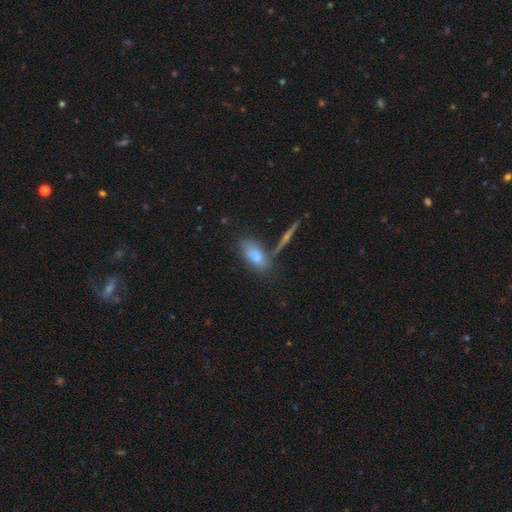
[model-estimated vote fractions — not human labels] smooth_or_featured: smooth (p=0.75) [alt: featured or disk p=0.17]
how_rounded: in between (p=0.86) [alt: cigar-shaped p=0.09]
merging: none (p=0.55) [alt: minor disturbance p=0.20]